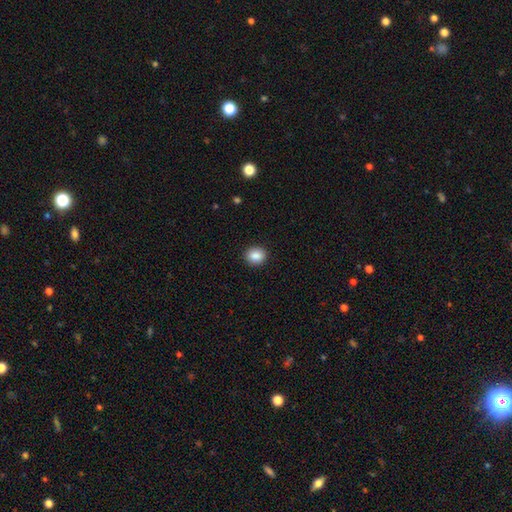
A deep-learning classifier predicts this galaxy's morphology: Smooth or featured? smooth (87%)
How rounded? round (73%)
Merging? none (91%)